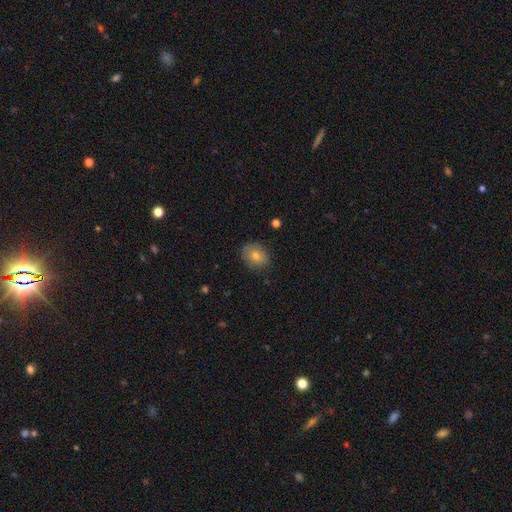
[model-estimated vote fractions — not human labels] smooth 74%, featured or disk 15%, star or artifact 11%. Down the decision tree: how rounded — in between (51%); merging — none (84%).